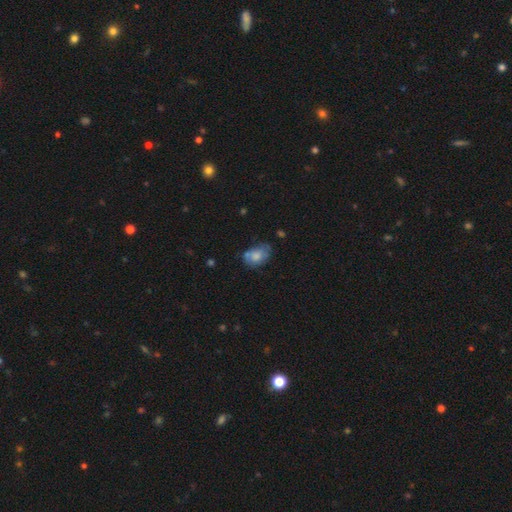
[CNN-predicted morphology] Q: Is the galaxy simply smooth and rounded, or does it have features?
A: smooth — 67%.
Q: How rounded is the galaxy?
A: in between — 80%.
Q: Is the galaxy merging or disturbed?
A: none — 49%.